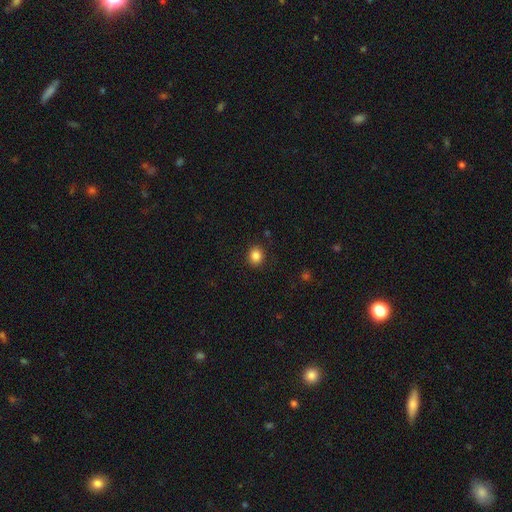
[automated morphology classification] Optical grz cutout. It shows a smooth galaxy with no disk features (86%) that is round (72%). Merging: none (89%).